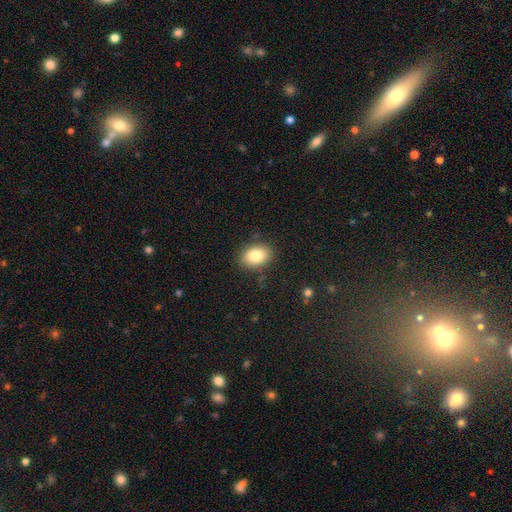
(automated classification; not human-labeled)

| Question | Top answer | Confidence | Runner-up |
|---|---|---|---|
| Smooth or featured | smooth | 83% | star or artifact (9%) |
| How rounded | in between | 79% | round (20%) |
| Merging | none | 86% | minor disturbance (10%) |